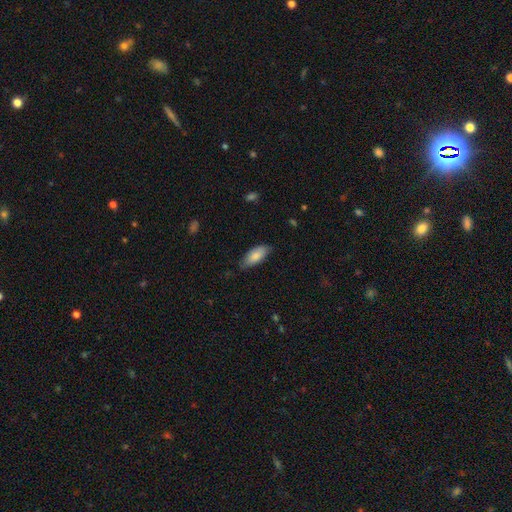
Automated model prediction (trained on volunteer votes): This appears to be a smooth galaxy with no disk features (82%) that is in between round and cigar-shaped (85%). Merging: none (76%).